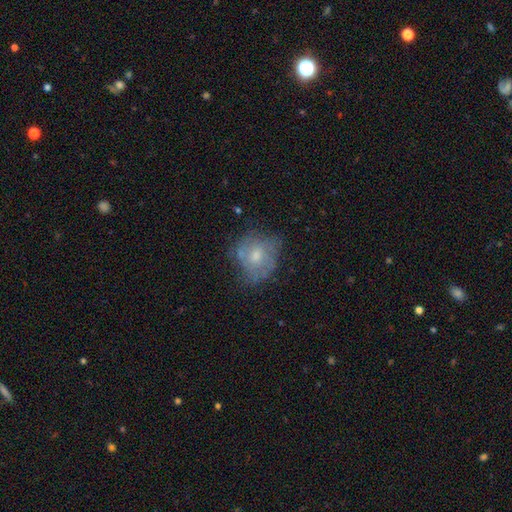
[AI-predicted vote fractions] Morphology: type=smooth (46%); merging=none (57%).